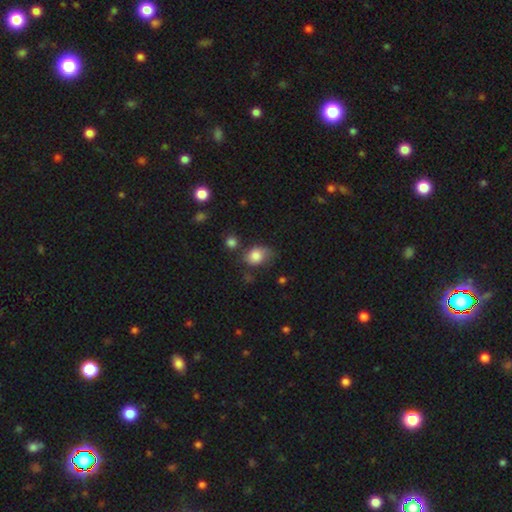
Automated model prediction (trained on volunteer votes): The model was most divided on "how rounded": in between: 56%, round: 43%, cigar-shaped: 1%. Remaining: smooth or featured — smooth (79%); merging — none (48%).